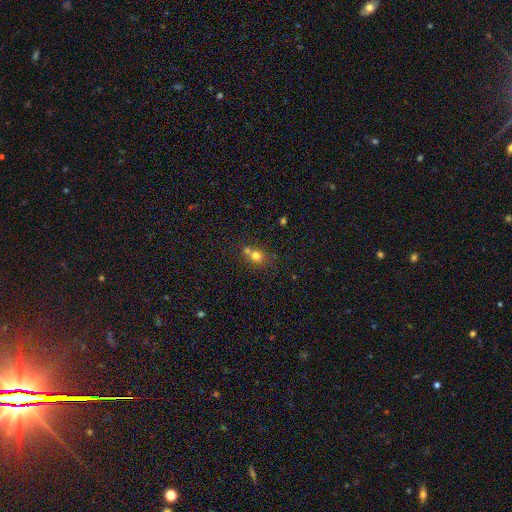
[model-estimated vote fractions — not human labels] smooth_or_featured: smooth (p=0.74) [alt: star or artifact p=0.14]
how_rounded: round (p=0.74) [alt: in between p=0.25]
merging: none (p=0.45) [alt: merger p=0.43]